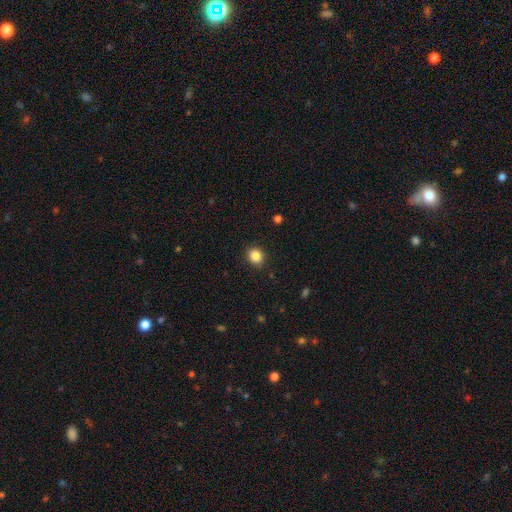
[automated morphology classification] This is clearly a smooth galaxy (86%). How rounded: likely round (73%). Merging: clearly none (89%).